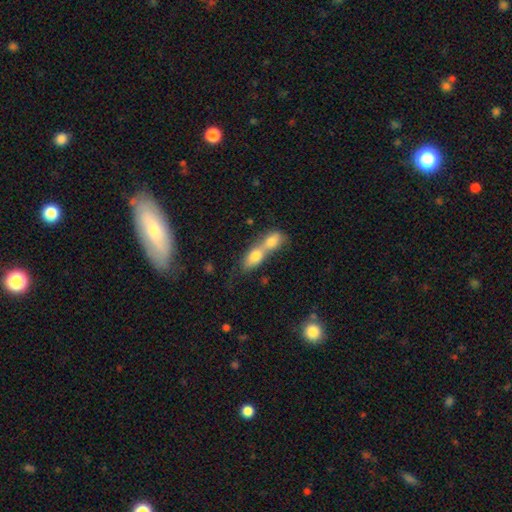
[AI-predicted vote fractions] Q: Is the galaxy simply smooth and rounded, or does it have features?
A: smooth — 74%.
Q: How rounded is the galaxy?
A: in between — 72%.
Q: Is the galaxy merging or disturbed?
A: merger — 79%.